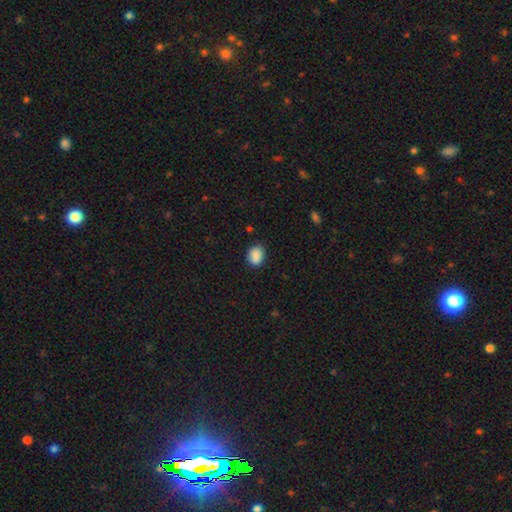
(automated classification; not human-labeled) A smooth galaxy with no disk features (88%) that is in between round and cigar-shaped (59%).

Vote fractions:
- Smooth or featured? smooth: 88% / star or artifact: 8% / featured or disk: 4%
- How rounded? in between: 59% / round: 40% / cigar-shaped: 1%
- Merging? none: 79% / minor disturbance: 17% / major disturbance: 3% / merger: 2%